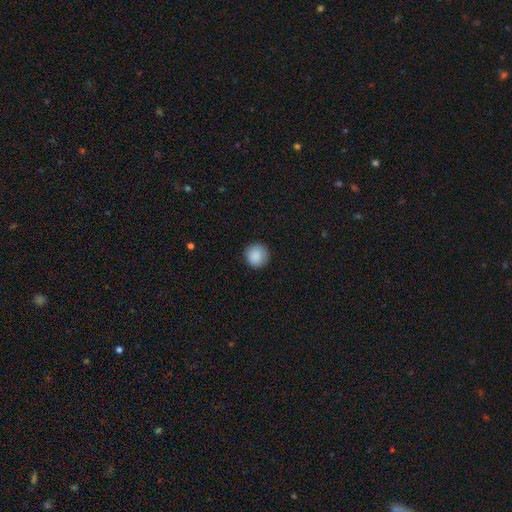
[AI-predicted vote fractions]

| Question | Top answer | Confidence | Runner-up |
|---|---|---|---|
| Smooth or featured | smooth | 89% | star or artifact (8%) |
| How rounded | round | 95% | in between (4%) |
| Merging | none | 91% | minor disturbance (7%) |